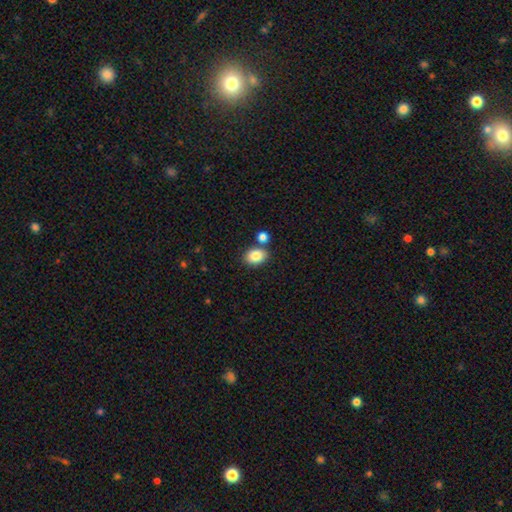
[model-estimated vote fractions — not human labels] Smooth or featured? smooth (85%)
How rounded? in between (64%)
Merging? none (71%)